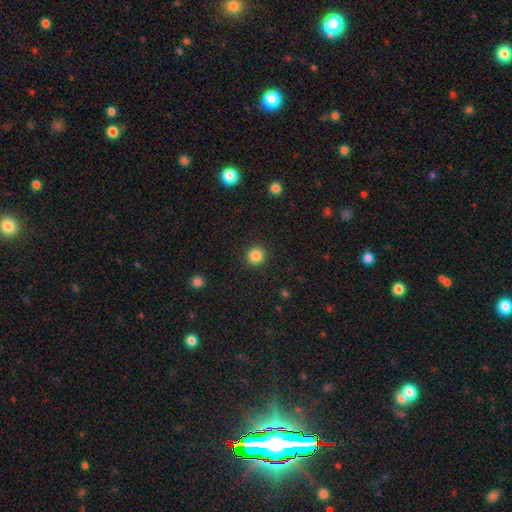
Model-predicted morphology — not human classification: smooth-or-featured: smooth: 85% | star or artifact: 11% | featured or disk: 4%
  how-rounded: round: 93% | in between: 7% | cigar-shaped: 1%
  merging: none: 92% | minor disturbance: 5% | major disturbance: 2% | merger: 1%